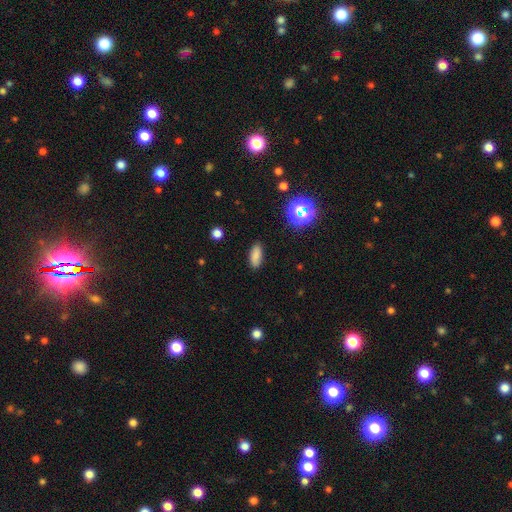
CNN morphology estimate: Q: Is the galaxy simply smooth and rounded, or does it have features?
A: smooth — 83%.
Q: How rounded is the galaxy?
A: in between — 77%.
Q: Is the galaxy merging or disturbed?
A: none — 88%.